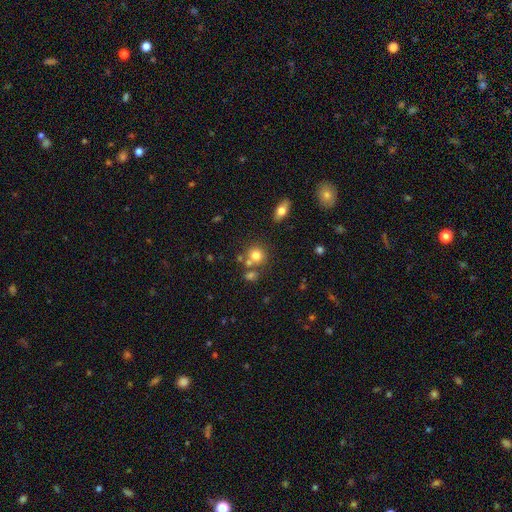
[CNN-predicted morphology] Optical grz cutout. It shows a smooth galaxy with no disk features (77%) that is round (83%). Merging: none (62%).